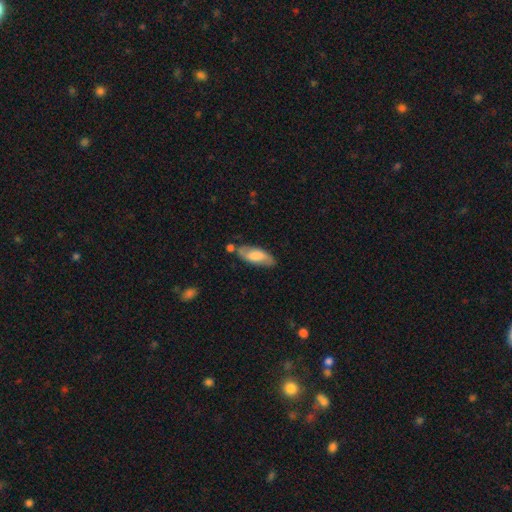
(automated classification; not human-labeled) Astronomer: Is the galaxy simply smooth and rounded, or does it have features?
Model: smooth — 58% (runner-up: featured or disk, 36%).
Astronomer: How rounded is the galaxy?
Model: in between — 74%.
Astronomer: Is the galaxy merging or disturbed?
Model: none — 64%.